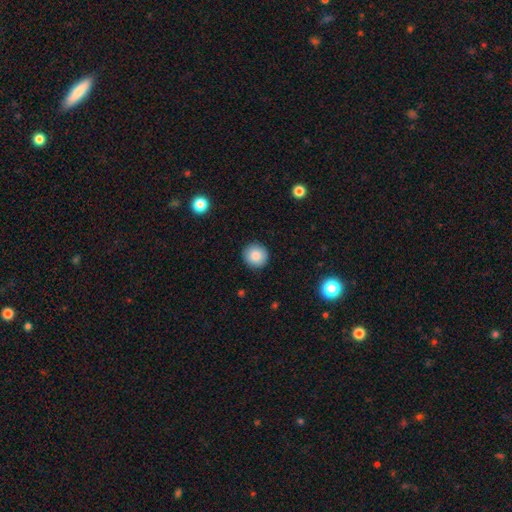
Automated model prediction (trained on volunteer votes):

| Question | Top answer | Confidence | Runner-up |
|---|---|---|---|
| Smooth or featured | smooth | 86% | star or artifact (9%) |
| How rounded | round | 93% | in between (6%) |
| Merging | none | 91% | minor disturbance (6%) |